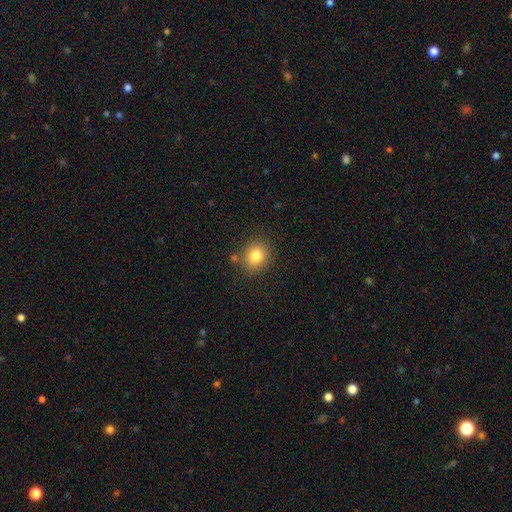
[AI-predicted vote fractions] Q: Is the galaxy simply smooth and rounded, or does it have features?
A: smooth — 81%.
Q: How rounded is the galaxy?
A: round — 76%.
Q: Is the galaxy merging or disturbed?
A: none — 83%.